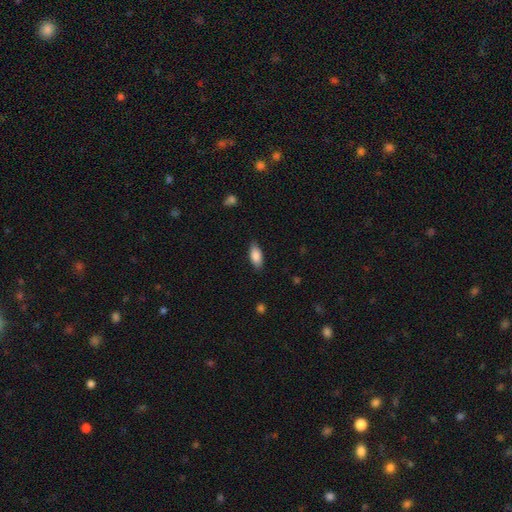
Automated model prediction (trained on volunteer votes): Smooth or featured? smooth (85%)
How rounded? in between (86%)
Merging? none (85%)